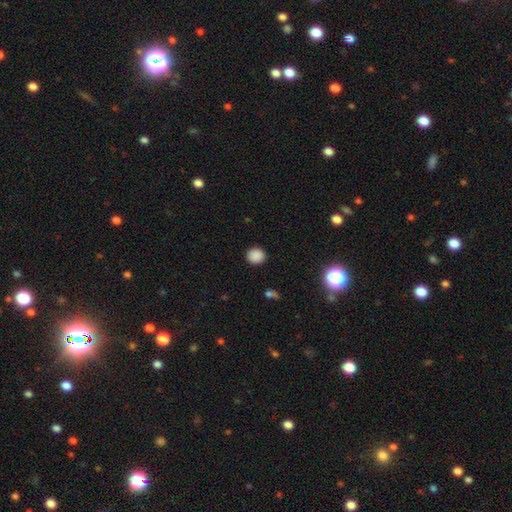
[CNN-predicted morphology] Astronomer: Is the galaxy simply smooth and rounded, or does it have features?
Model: smooth — 87%.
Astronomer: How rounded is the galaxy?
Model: round — 90%.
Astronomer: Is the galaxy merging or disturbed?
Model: none — 91%.